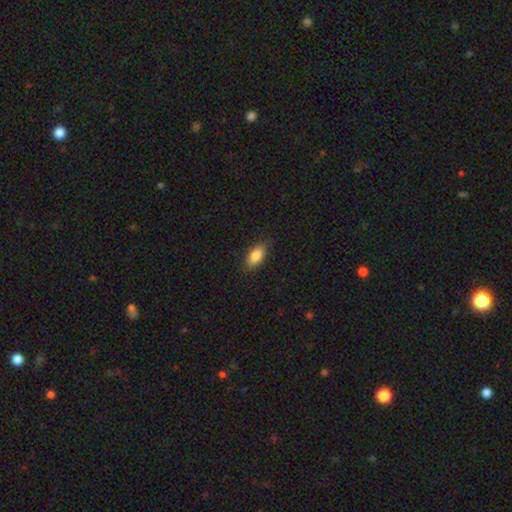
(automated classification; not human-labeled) Smooth or featured? smooth (82%)
How rounded? in between (86%)
Merging? none (85%)